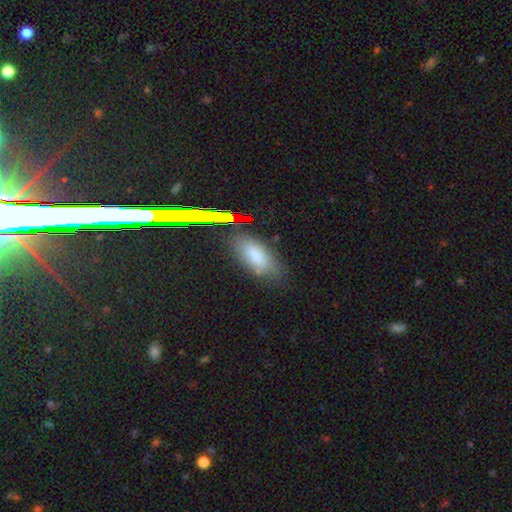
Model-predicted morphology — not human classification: The model was most divided on "merging": none: 75%, minor disturbance: 16%, major disturbance: 5%, merger: 4%. More confident: how rounded — in between (85%); smooth or featured — smooth (75%).